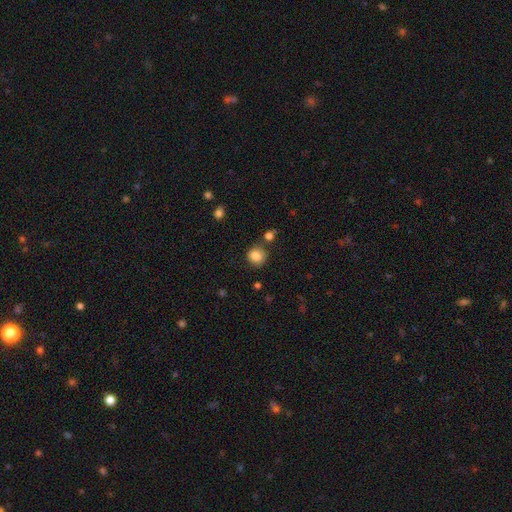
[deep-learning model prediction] This appears to be a smooth galaxy with no disk features (85%) that is round (86%). Merging: none (77%).